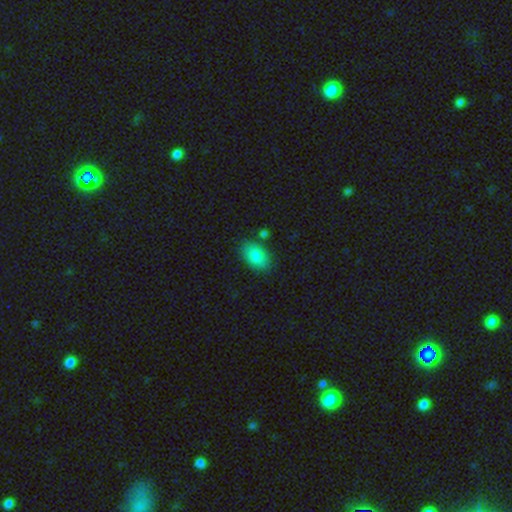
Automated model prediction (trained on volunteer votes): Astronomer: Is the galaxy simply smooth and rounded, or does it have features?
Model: smooth — 85%.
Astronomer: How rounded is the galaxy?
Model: in between — 90%.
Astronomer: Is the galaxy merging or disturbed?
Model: none — 81%.